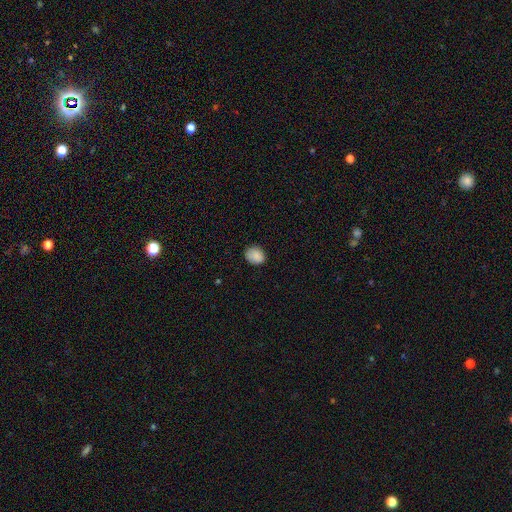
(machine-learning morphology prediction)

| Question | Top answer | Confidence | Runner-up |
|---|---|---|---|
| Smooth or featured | smooth | 88% | star or artifact (8%) |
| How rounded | round | 55% | in between (44%) |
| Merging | none | 81% | minor disturbance (16%) |